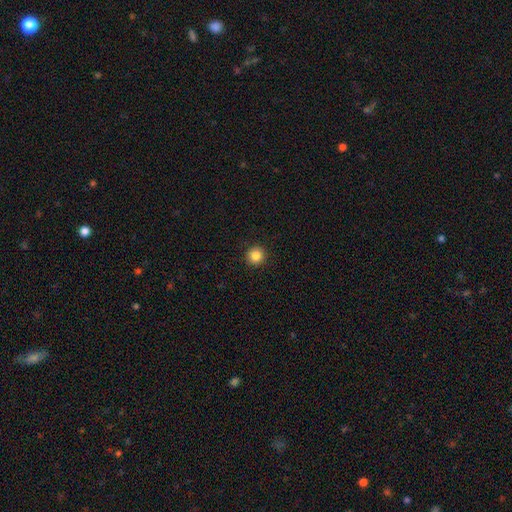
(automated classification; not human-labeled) Smooth or featured: smooth — 85% (star or artifact — 10%)
How rounded: round — 95% (in between — 4%)
Merging: none — 93% (minor disturbance — 5%)